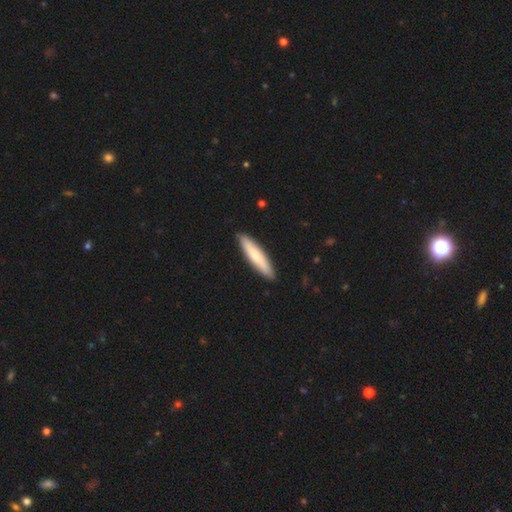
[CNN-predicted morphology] A smooth galaxy with no disk features (69%) that is cigar-shaped (86%). Merging: none (90%).